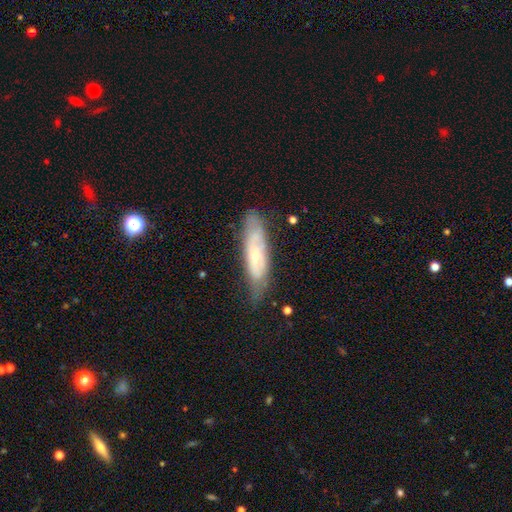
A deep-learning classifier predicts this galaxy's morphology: Smooth or featured: featured or disk — 56% (smooth — 37%)
Edge-on disk: no — 69% (yes — 31%)
Merging: none — 63% (minor disturbance — 27%)